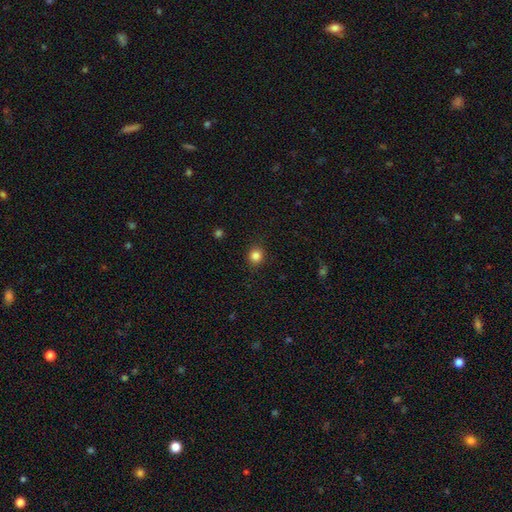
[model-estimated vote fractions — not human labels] This appears to be a smooth galaxy with no disk features (84%) that is round (85%). Merging: none (90%).